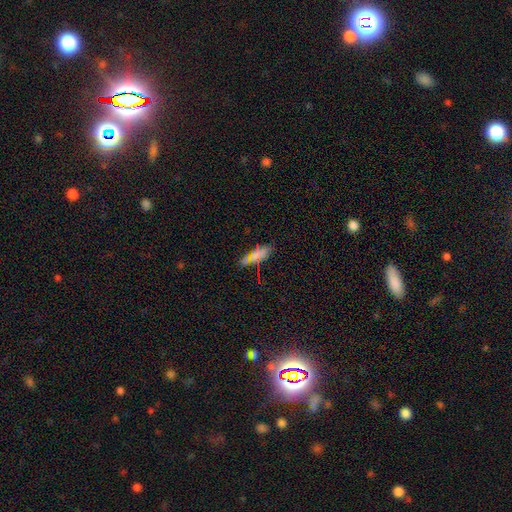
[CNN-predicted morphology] A smooth galaxy with no disk features (69%) that is in between round and cigar-shaped (70%). Merging: none (78%).